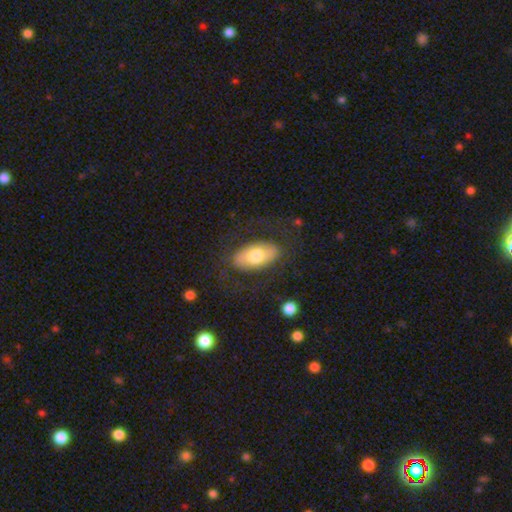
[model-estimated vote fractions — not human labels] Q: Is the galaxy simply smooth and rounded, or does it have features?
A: smooth — 60%.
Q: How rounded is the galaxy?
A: in between — 92%.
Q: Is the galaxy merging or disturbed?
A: none — 74%.